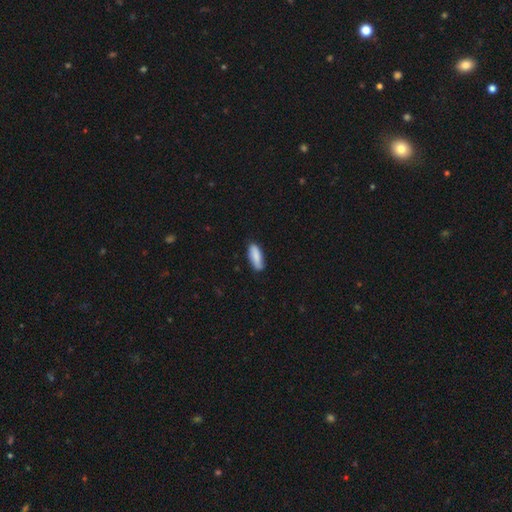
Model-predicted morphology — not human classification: The model was most divided on "how rounded": in between: 66%, cigar-shaped: 32%, round: 2%. More confident: smooth or featured — smooth (83%); merging — none (82%).